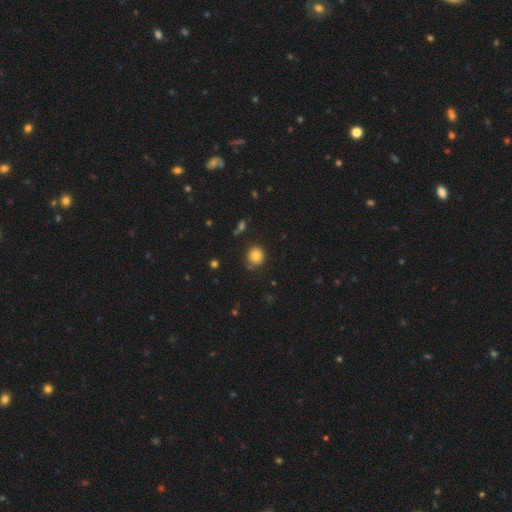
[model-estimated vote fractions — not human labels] smooth_or_featured: smooth (p=0.81) [alt: star or artifact p=0.11]
how_rounded: round (p=0.85) [alt: in between p=0.14]
merging: none (p=0.80) [alt: minor disturbance p=0.14]